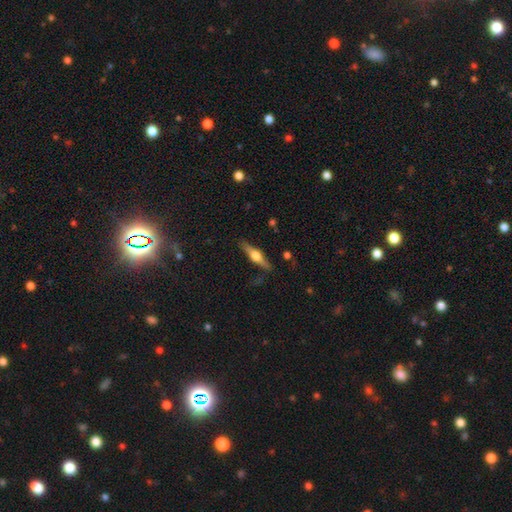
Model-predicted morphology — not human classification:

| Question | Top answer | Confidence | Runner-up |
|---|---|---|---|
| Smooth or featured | featured or disk | 66% | smooth (28%) |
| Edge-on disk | yes | 96% | no (4%) |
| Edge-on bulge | rounded | 93% | boxy (5%) |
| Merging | none | 86% | minor disturbance (10%) |